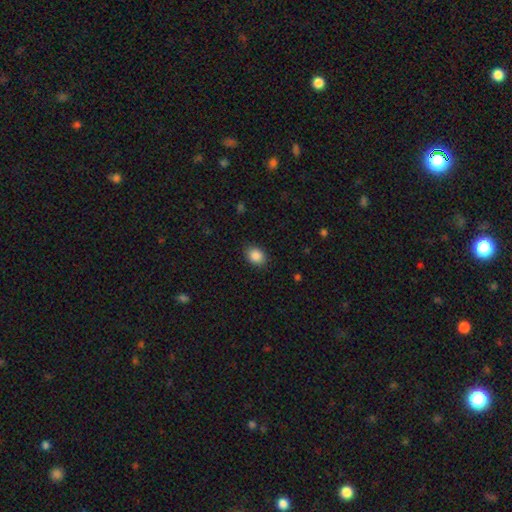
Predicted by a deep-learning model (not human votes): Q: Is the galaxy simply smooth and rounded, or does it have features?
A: smooth — 88%.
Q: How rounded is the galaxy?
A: in between — 58%.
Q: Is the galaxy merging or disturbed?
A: none — 86%.